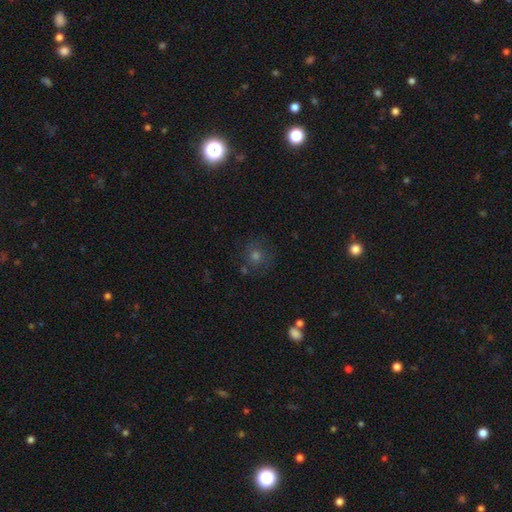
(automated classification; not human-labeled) Smooth or featured?
  - smooth: 49% *
  - star or artifact: 33%
  - featured or disk: 18%
Merging?
  - none: 80% *
  - minor disturbance: 11%
  - major disturbance: 5%
  - merger: 4%